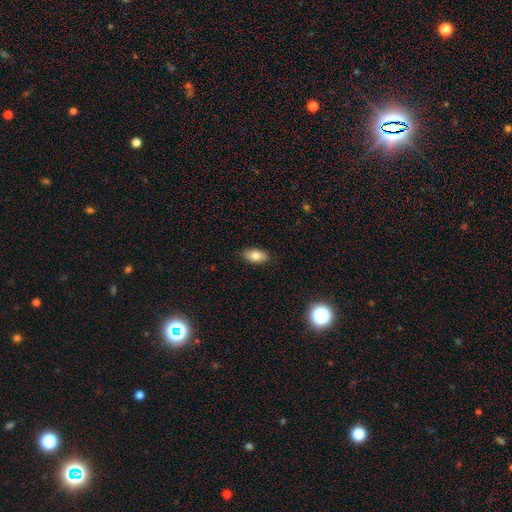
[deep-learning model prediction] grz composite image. It shows a smooth galaxy with no disk features (81%) that is in between round and cigar-shaped (92%). Merging: none (87%).